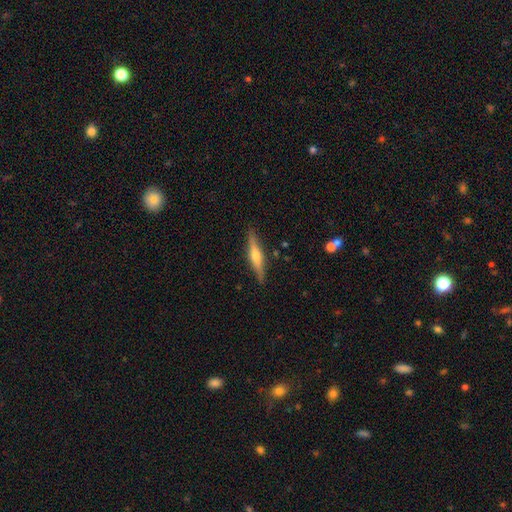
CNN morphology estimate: smooth-or-featured: featured or disk: 63% | smooth: 31% | star or artifact: 6%
  disk-edge-on: yes: 96% | no: 4%
    edge-on-bulge: rounded: 86% | none: 8% | boxy: 6%
  merging: none: 88% | minor disturbance: 9% | major disturbance: 2% | merger: 1%